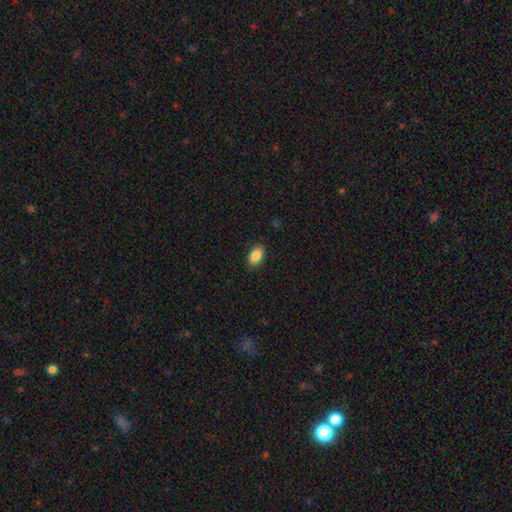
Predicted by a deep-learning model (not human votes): A smooth galaxy with no disk features (89%) that is in between round and cigar-shaped (91%).

Vote fractions:
- Smooth or featured? smooth: 89% / star or artifact: 7% / featured or disk: 4%
- How rounded? in between: 91% / round: 8% / cigar-shaped: 2%
- Merging? none: 88% / minor disturbance: 9% / major disturbance: 2% / merger: 1%